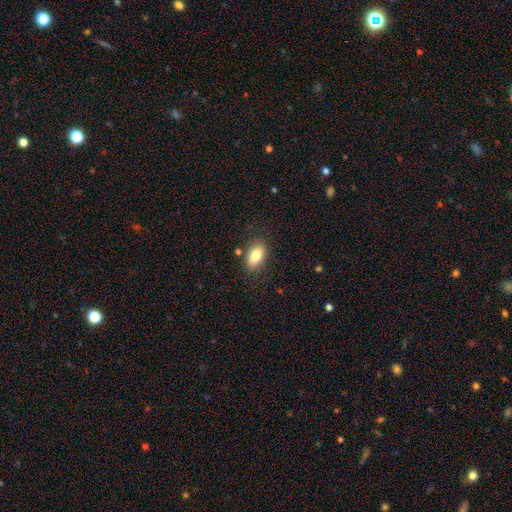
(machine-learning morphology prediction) Smooth or featured? smooth (80%)
How rounded? in between (89%)
Merging? none (81%)